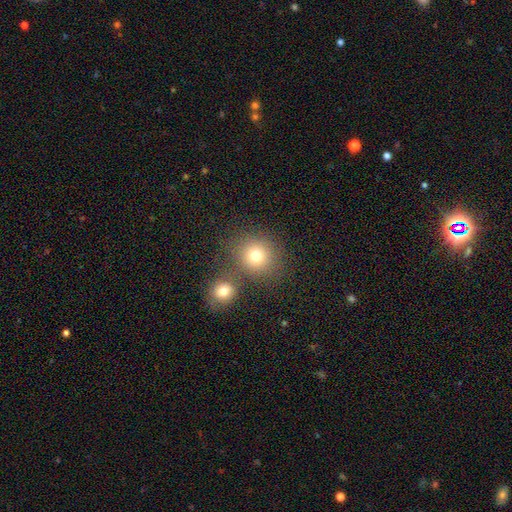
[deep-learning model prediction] Morphology: type=smooth (77%); roundness=round (86%); merging=none (68%).